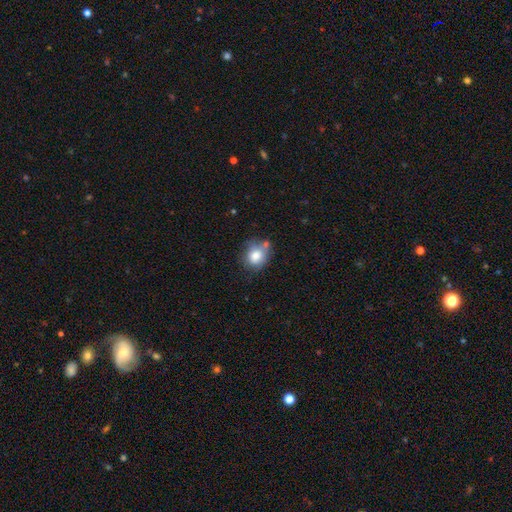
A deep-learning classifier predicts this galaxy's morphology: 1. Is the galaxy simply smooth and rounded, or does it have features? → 79% smooth, 11% featured or disk, 9% star or artifact.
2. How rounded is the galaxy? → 70% round, 29% in between, 1% cigar-shaped.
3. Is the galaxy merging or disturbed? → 56% none, 23% minor disturbance, 14% merger, 6% major disturbance.